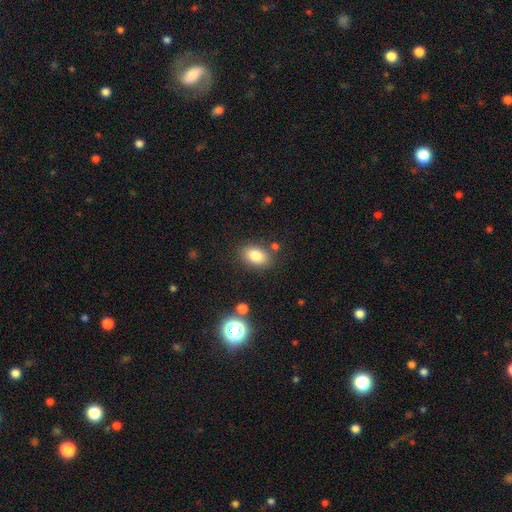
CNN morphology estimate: Smooth or featured?
  - smooth: 82% *
  - star or artifact: 10%
  - featured or disk: 8%
How rounded?
  - in between: 84% *
  - round: 14%
  - cigar-shaped: 1%
Merging?
  - none: 81% *
  - minor disturbance: 11%
  - merger: 5%
  - major disturbance: 3%